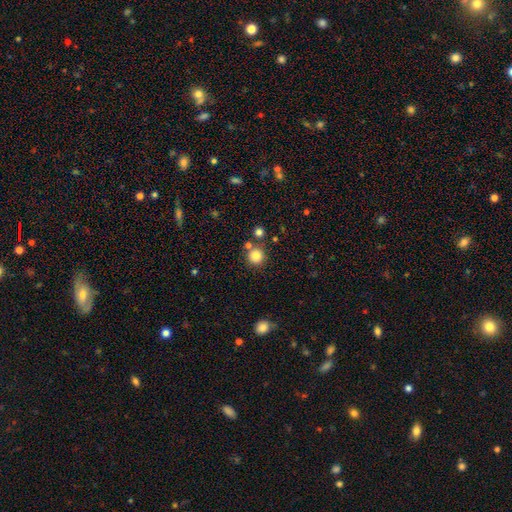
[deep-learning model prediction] Overall: smooth (82%). How rounded: round (93%). Merging: none (77%).